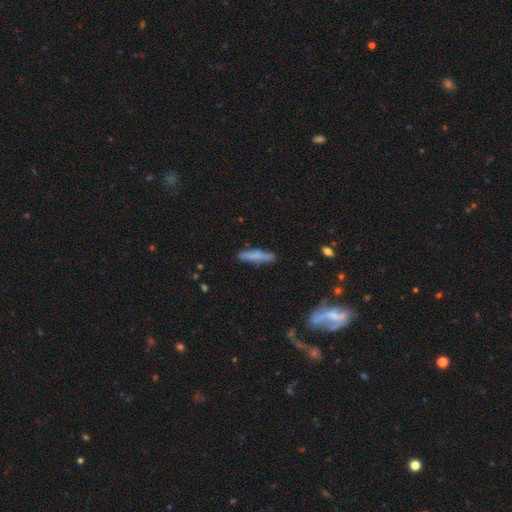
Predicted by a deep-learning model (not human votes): Overall: smooth (69%). How rounded: cigar-shaped (83%). Merging: none (77%).